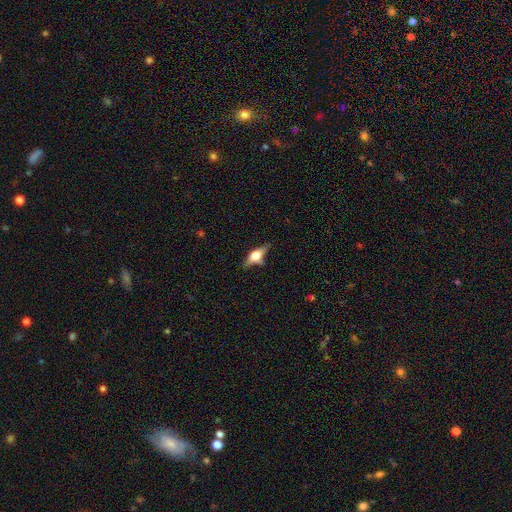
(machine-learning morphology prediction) smooth_or_featured: featured or disk (p=0.64) [alt: smooth p=0.28]
disk_edge_on: yes (p=0.93) [alt: no p=0.07]
edge_on_bulge: rounded (p=0.93) [alt: boxy p=0.05]
merging: none (p=0.74) [alt: minor disturbance p=0.16]